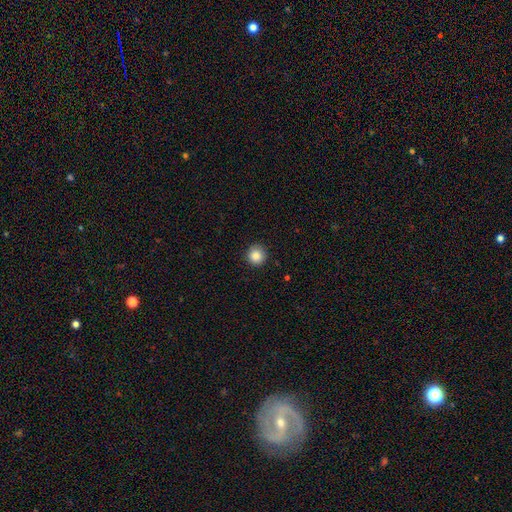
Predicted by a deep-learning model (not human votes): Q: Smooth or featured?
A: smooth (86%); runner-up: star or artifact (10%)
Q: How rounded?
A: round (94%); runner-up: in between (6%)
Q: Merging?
A: none (90%); runner-up: minor disturbance (7%)